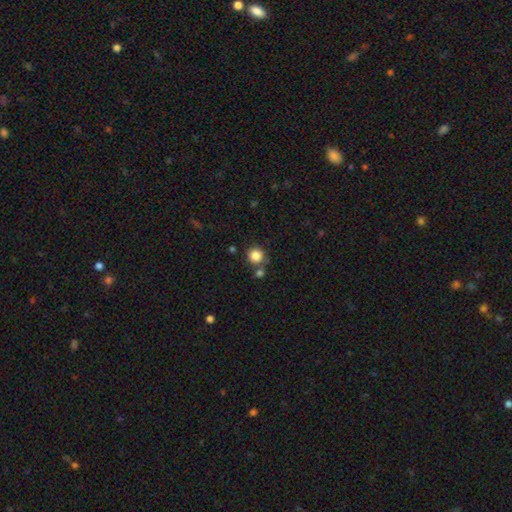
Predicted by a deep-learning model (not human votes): Smooth or featured? Predicted: smooth (p=0.85). How rounded? Predicted: round (p=0.92). Merging? Predicted: none (p=0.72).